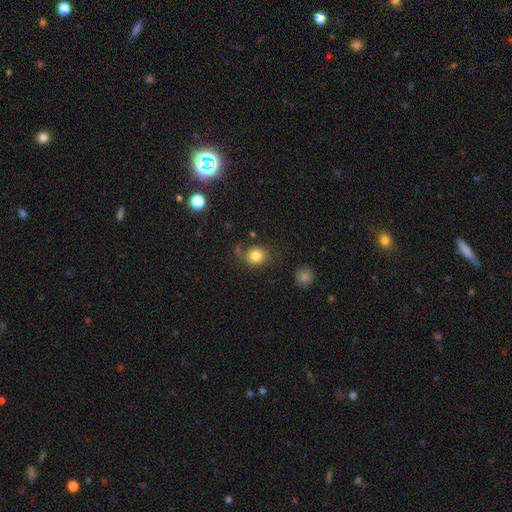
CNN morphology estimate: Smooth or featured? smooth (82%)
How rounded? round (74%)
Merging? none (72%)